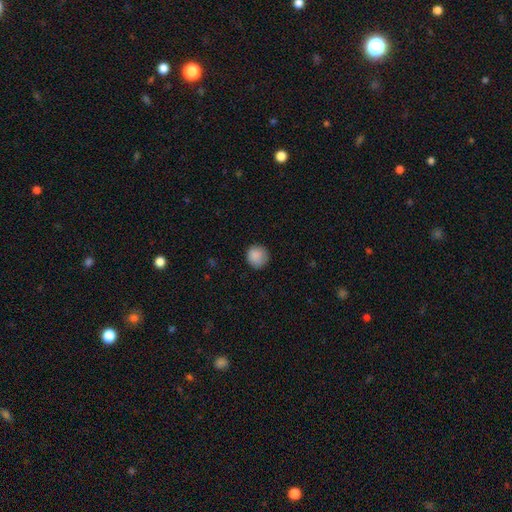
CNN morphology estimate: smooth_or_featured: smooth (p=0.88) [alt: star or artifact p=0.08]
how_rounded: round (p=0.92) [alt: in between p=0.07]
merging: none (p=0.84) [alt: minor disturbance p=0.13]